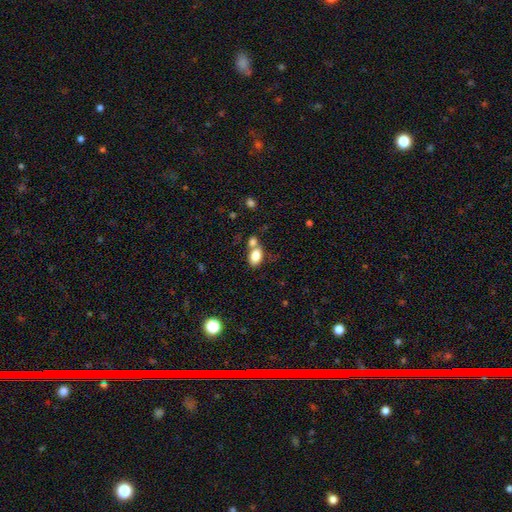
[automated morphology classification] smooth_or_featured: smooth (p=0.83) [alt: star or artifact p=0.09]
how_rounded: in between (p=0.85) [alt: round p=0.13]
merging: none (p=0.46) [alt: merger p=0.36]